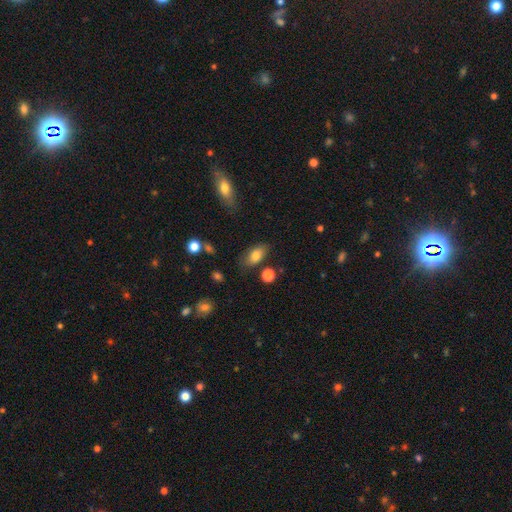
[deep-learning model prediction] This is clearly a smooth galaxy (80%). How rounded: clearly in between (90%). Merging: likely none (72%).